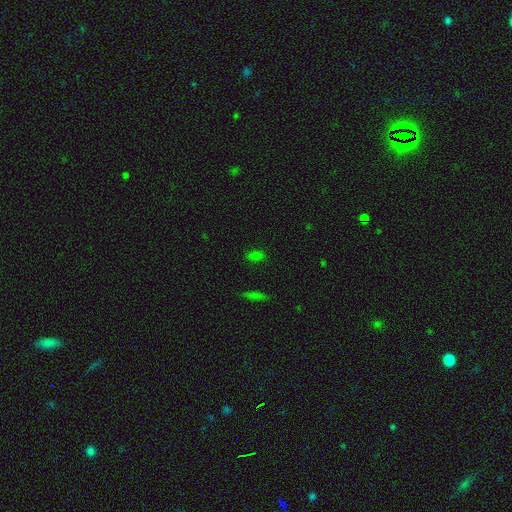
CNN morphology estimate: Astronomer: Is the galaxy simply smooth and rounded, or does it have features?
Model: smooth — 68%.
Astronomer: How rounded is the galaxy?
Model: in between — 78%.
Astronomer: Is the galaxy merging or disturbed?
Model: none — 84%.